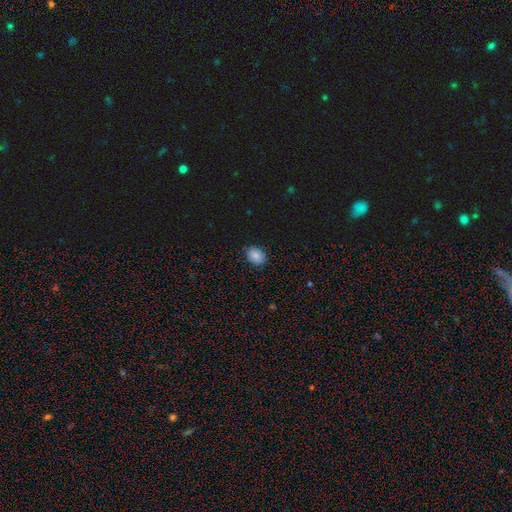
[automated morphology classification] This is clearly a smooth galaxy (81%). How rounded: likely in between (63%). Merging: clearly none (85%).